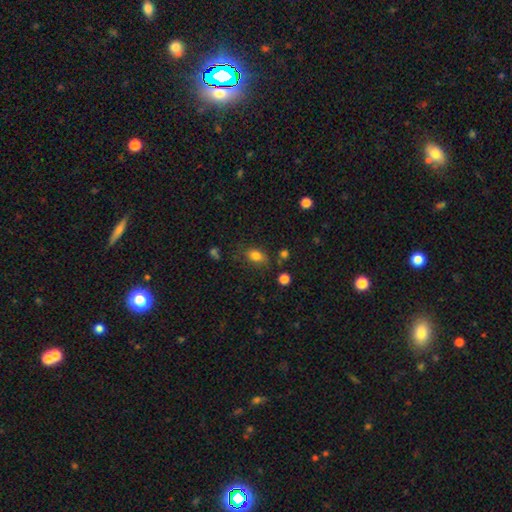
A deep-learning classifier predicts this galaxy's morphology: Smooth or featured? smooth (81%)
How rounded? in between (76%)
Merging? none (71%)